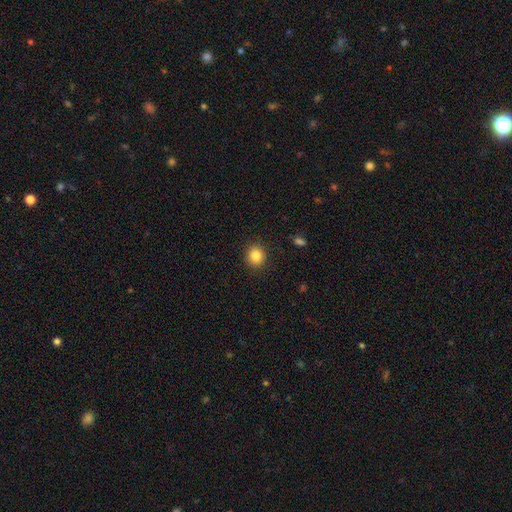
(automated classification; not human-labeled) smooth_or_featured: smooth (p=0.85) [alt: star or artifact p=0.10]
how_rounded: round (p=0.84) [alt: in between p=0.15]
merging: none (p=0.90) [alt: minor disturbance p=0.07]